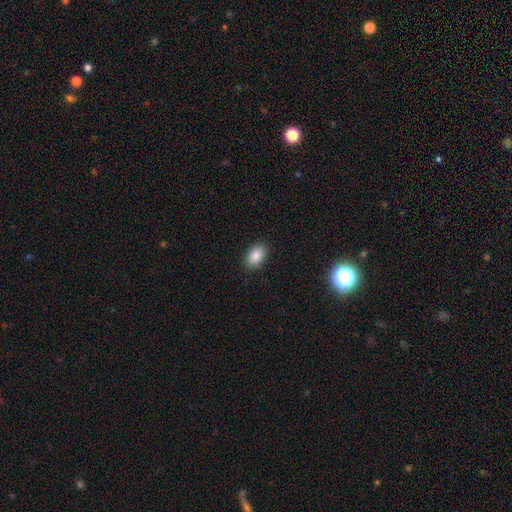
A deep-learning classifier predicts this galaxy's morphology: This is clearly a smooth galaxy (87%). How rounded: clearly in between (88%). Merging: clearly none (89%).